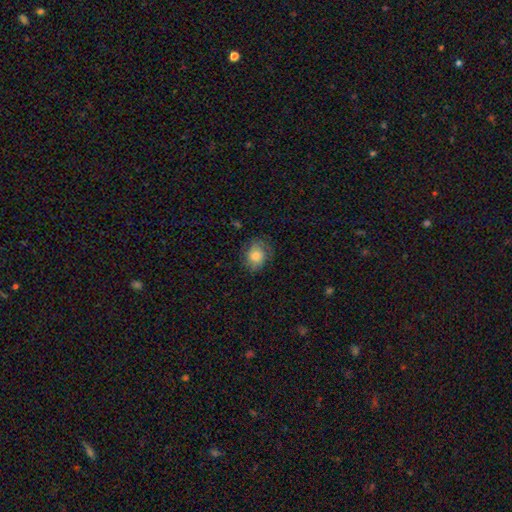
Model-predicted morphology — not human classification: The model was most divided on "how rounded": round: 59%, in between: 40%, cigar-shaped: 1%. More confident: smooth or featured — smooth (70%); merging — none (68%).